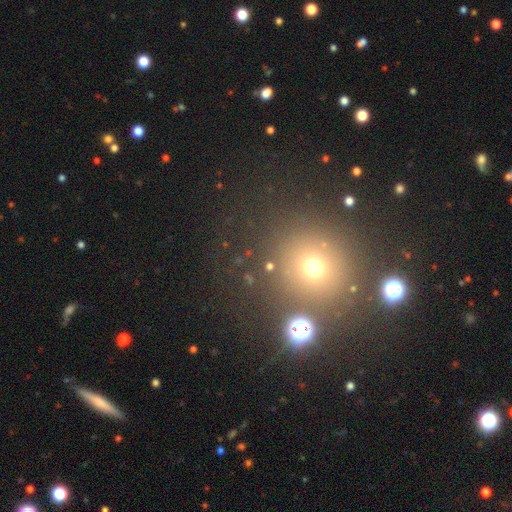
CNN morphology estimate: A smooth galaxy with no disk features (49%).

Vote fractions:
- Smooth or featured? smooth: 49% / star or artifact: 41% / featured or disk: 10%
- Merging? none: 81% / minor disturbance: 8% / merger: 7% / major disturbance: 4%